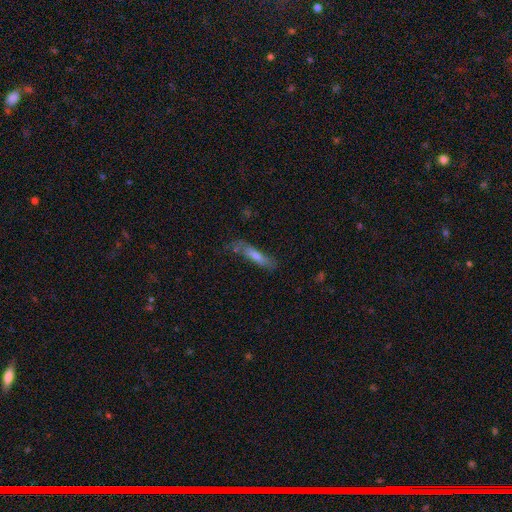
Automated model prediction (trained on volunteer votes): Overall: smooth (54%; featured or disk 38%). How rounded: cigar-shaped (81%). Merging: none (62%; minor disturbance 24%).